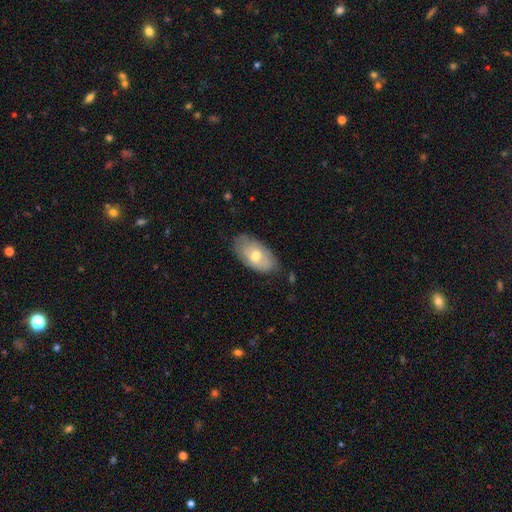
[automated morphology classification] A smooth galaxy with no disk features (60%) that is in between round and cigar-shaped (93%).

Vote fractions:
- Smooth or featured? smooth: 60% / featured or disk: 34% / star or artifact: 6%
- How rounded? in between: 93% / round: 5% / cigar-shaped: 2%
- Merging? none: 74% / minor disturbance: 20% / major disturbance: 4% / merger: 1%